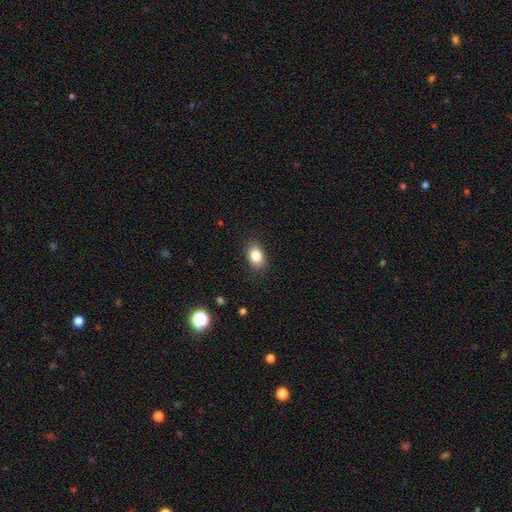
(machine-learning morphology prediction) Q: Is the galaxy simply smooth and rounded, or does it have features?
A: smooth — 84%.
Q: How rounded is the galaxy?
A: in between — 81%.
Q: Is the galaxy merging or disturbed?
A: none — 87%.